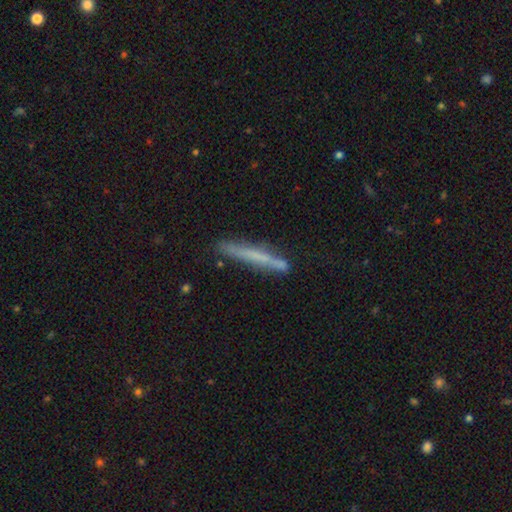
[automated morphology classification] type=smooth (52%); roundness=cigar-shaped (96%); merging=none (77%).